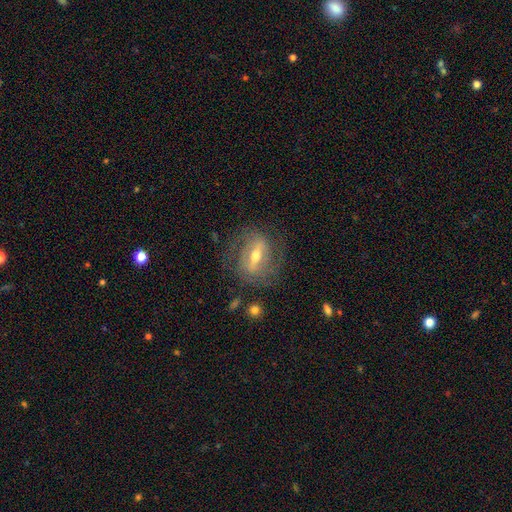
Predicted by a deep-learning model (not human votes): The model was most divided on "bar": strong: 64%, weak: 26%, no: 10%. More confident: edge-on disk — no (85%); smooth or featured — featured or disk (79%); spiral arms — yes (73%); merging — none (71%); bulge size — moderate (66%).